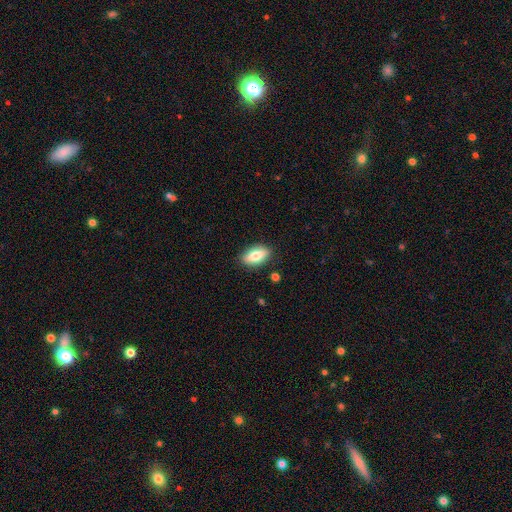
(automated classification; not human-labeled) Q: Smooth or featured?
A: smooth (71%); runner-up: featured or disk (22%)
Q: How rounded?
A: in between (86%); runner-up: cigar-shaped (10%)
Q: Merging?
A: none (87%); runner-up: minor disturbance (10%)